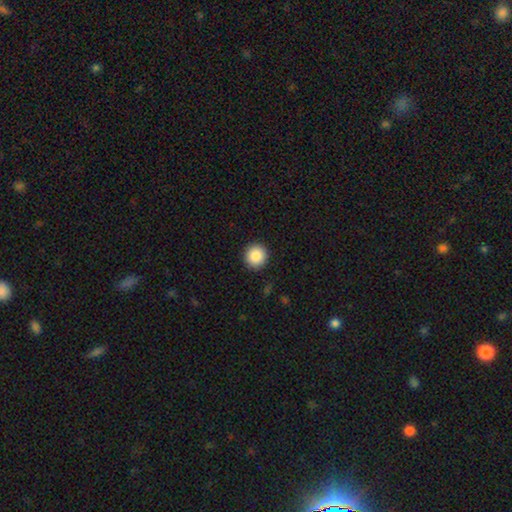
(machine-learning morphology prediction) A smooth galaxy with no disk features (87%) that is round (93%). Merging: none (92%).